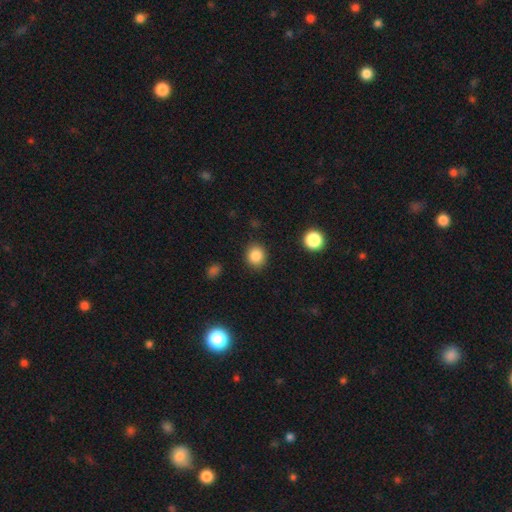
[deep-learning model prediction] Smooth or featured? smooth (85%)
How rounded? round (78%)
Merging? none (88%)